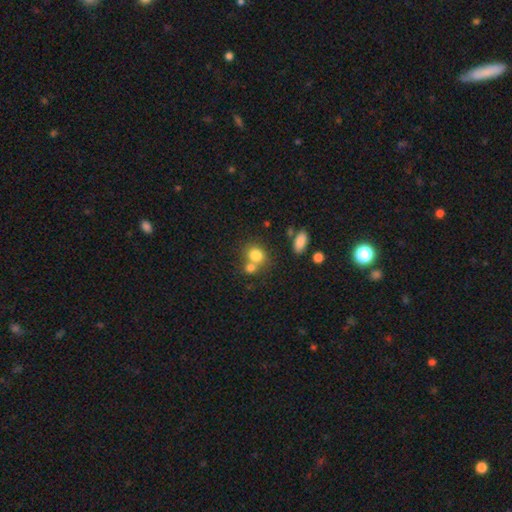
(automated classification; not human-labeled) This appears to be a smooth galaxy with no disk features (79%) that is round (67%). Merging: none (44%).